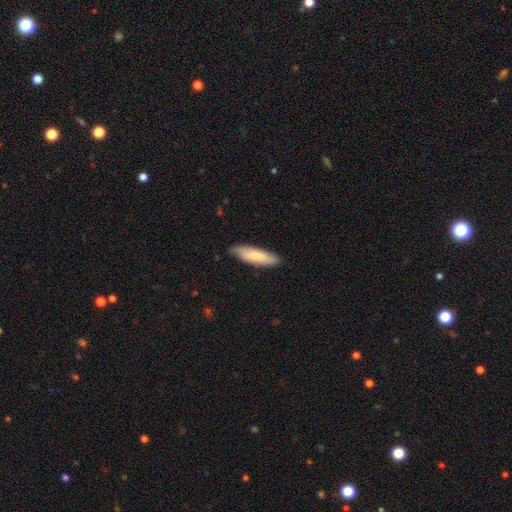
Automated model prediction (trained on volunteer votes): Smooth or featured: smooth — 76% (featured or disk — 19%)
How rounded: cigar-shaped — 62% (in between — 37%)
Merging: none — 82% (minor disturbance — 15%)